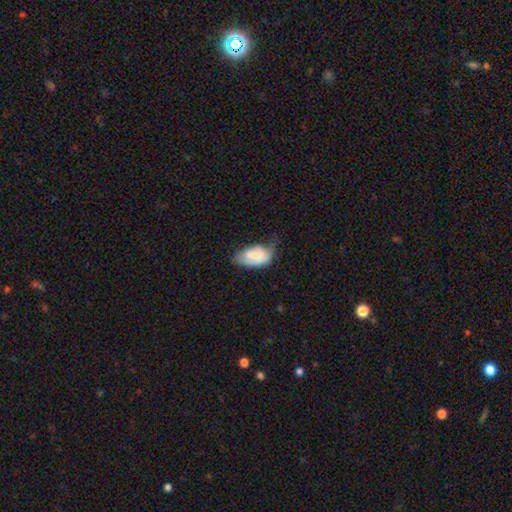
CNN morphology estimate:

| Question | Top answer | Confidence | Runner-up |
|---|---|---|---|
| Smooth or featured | smooth | 68% | featured or disk (25%) |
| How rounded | in between | 93% | round (5%) |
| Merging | minor disturbance | 45% | none (32%) |